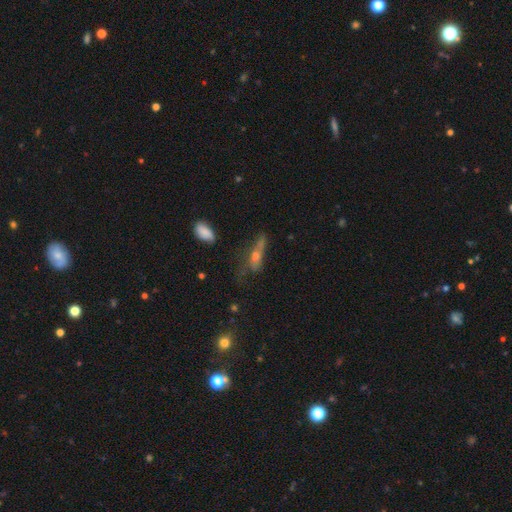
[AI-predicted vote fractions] Smooth or featured? featured or disk (44%)
Merging? none (42%)